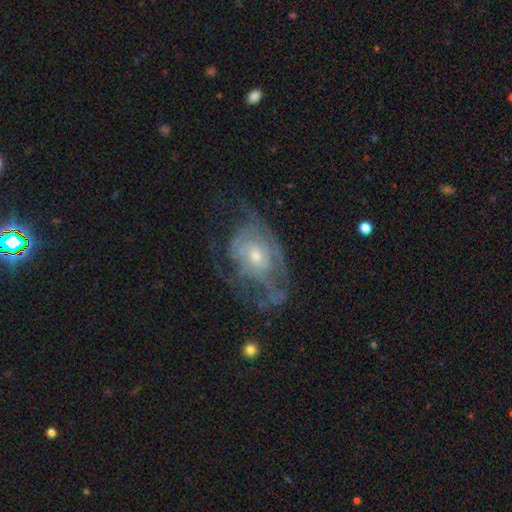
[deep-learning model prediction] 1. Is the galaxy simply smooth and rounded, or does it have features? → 74% featured or disk, 19% smooth, 7% star or artifact.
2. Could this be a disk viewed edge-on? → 96% no, 4% yes.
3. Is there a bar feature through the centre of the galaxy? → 77% no, 20% weak, 4% strong.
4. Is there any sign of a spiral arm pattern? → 66% yes, 34% no.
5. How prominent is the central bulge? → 48% small, 46% moderate, 3% large, 2% none, 1% dominant.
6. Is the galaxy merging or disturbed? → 40% none, 35% major disturbance, 22% minor disturbance, 2% merger.